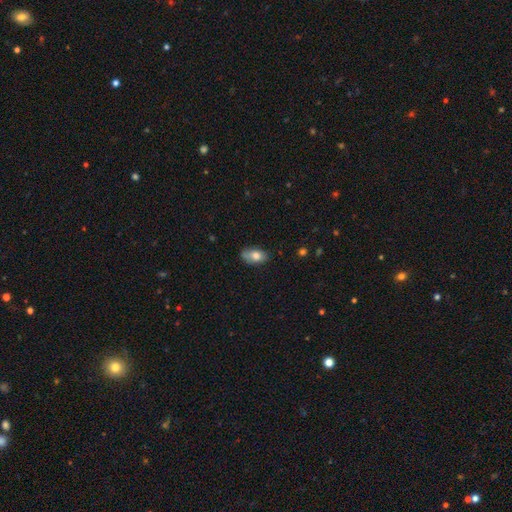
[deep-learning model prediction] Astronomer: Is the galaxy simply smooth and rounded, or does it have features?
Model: smooth — 76%.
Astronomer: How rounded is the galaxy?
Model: in between — 89%.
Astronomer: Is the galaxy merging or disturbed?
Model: none — 63%.